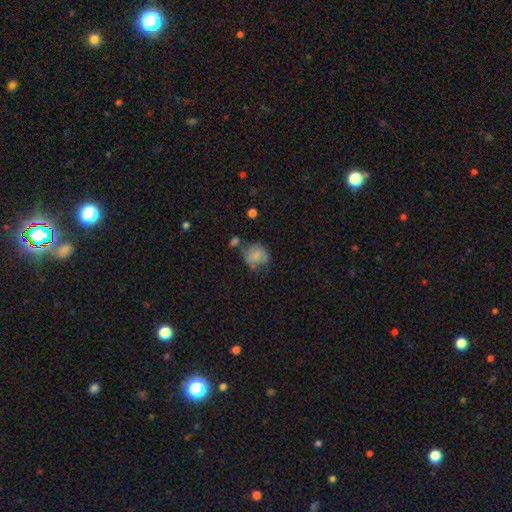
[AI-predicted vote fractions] smooth 74%, featured or disk 18%, star or artifact 9%. Down the decision tree: how rounded — round (66%); merging — none (49%).